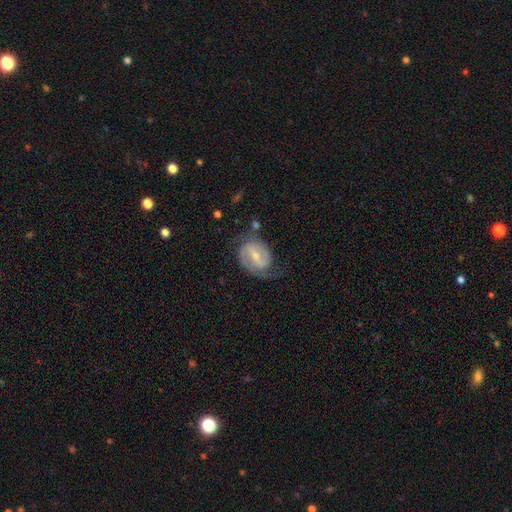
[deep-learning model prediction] The model was most divided on "bulge size": small: 50%, moderate: 45%, none: 2%, large: 2%, dominant: 1%. Remaining: edge-on disk — no (97%); spiral arms — yes (92%); smooth or featured — featured or disk (80%); spiral arm count — 2 (77%); merging — none (62%); bar — weak (48%); spiral winding — medium (45%).